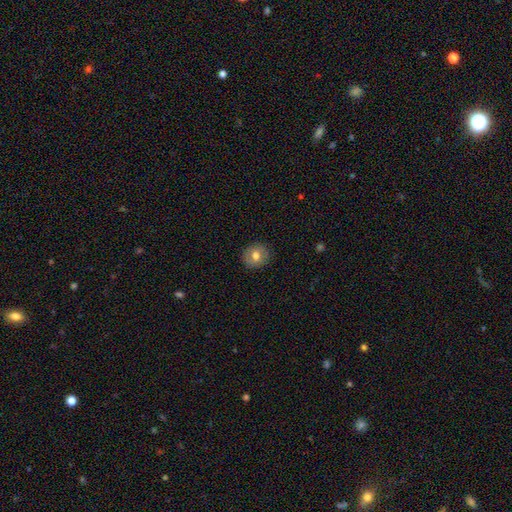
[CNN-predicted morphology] A smooth galaxy with no disk features (73%) that is round (82%).

Vote fractions:
- Smooth or featured? smooth: 73% / featured or disk: 19% / star or artifact: 8%
- How rounded? round: 82% / in between: 17% / cigar-shaped: 1%
- Merging? none: 89% / minor disturbance: 8% / major disturbance: 2% / merger: 1%